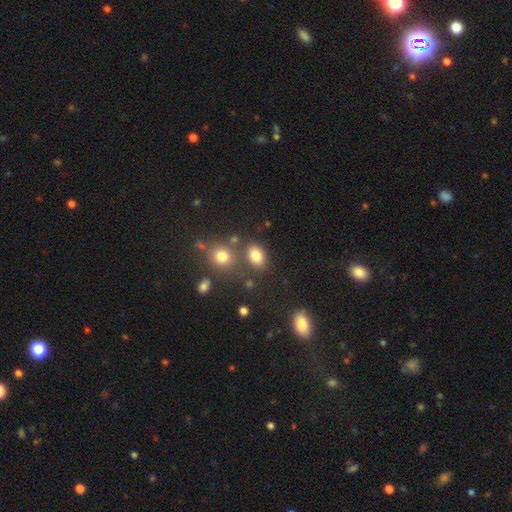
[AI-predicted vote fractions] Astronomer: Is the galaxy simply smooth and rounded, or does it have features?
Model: smooth — 81%.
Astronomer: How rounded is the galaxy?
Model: in between — 77%.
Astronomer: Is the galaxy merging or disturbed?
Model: none — 70%.